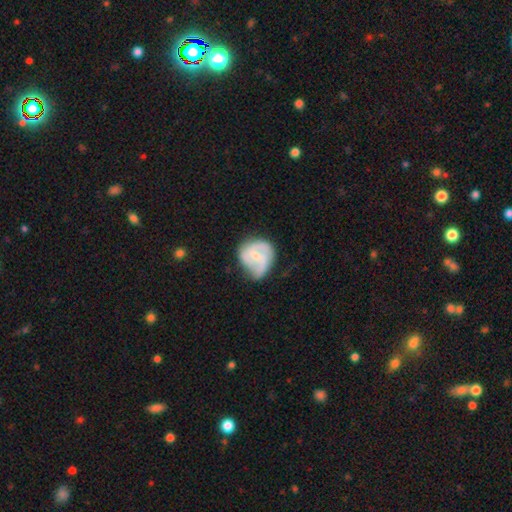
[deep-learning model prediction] A featured or disk galaxy (68%) with no bar (53%), 2 (48%) medium (46%) spiral arms (86%) and a small central bulge (62%).

Vote fractions:
- Smooth or featured? featured or disk: 68% / smooth: 27% / star or artifact: 6%
- Edge-on disk? no: 98% / yes: 2%
- Bar? no: 53% / weak: 39% / strong: 8%
- Spiral arms? yes: 86% / no: 14%
- Spiral winding? medium: 46% / tight: 33% / loose: 22%
- Spiral arm count? 2: 48% / 3: 24% / can't tell: 17% / 1: 6% / 4: 3% / more than 4: 2%
- Bulge size? small: 62% / moderate: 29% / none: 7% / large: 1% / dominant: 1%
- Merging? none: 47% / minor disturbance: 34% / major disturbance: 16% / merger: 3%